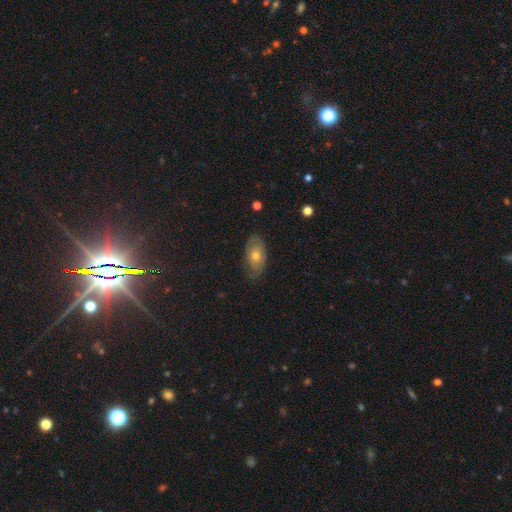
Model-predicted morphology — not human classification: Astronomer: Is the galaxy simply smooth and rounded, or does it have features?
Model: smooth — 54% (runner-up: featured or disk, 38%).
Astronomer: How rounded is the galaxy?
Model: in between — 89%.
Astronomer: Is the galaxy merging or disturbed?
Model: none — 71%.